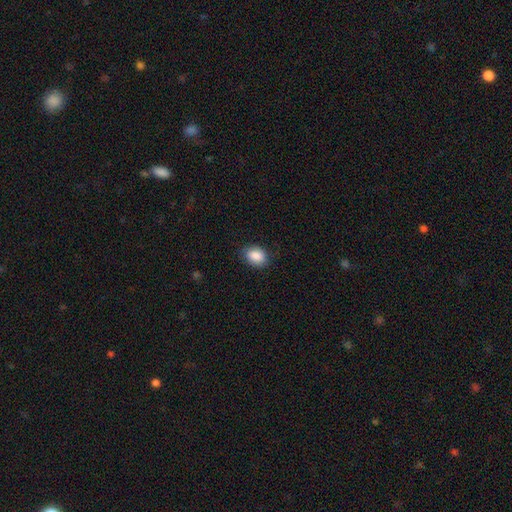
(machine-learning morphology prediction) A smooth galaxy with no disk features (87%) that is in between round and cigar-shaped (71%). Merging: none (83%).